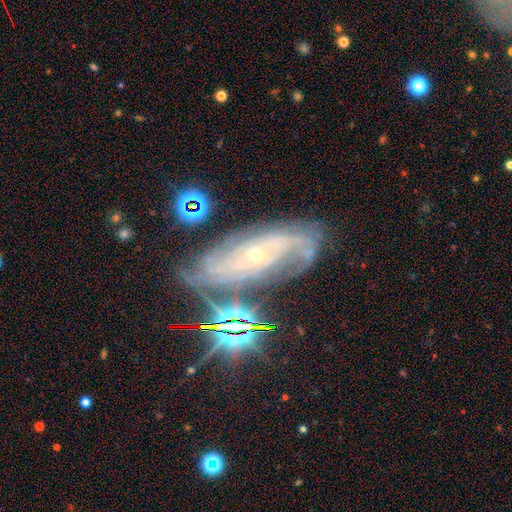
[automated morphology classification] Overall: featured or disk (82%). Edge-on disk: no (91%). Bar: no (64%; weak 25%). Spiral arms: yes (96%). Spiral arm count: can't tell (29%, tied with 2). Spiral winding: tight (59%; medium 32%). Bulge size: small (81%). Merging: none (69%).